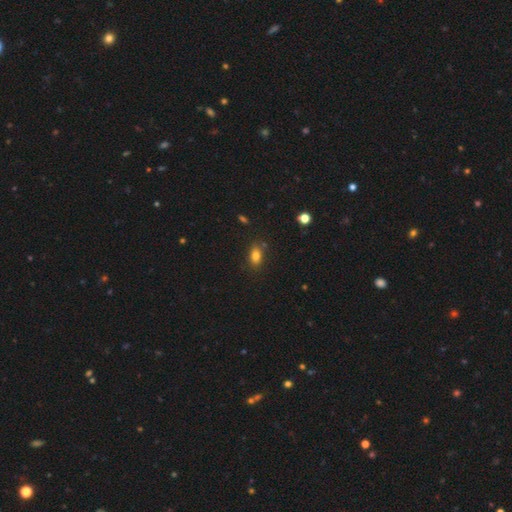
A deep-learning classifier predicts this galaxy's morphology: This appears to be a smooth galaxy with no disk features (81%) that is in between round and cigar-shaped (84%). Merging: none (80%).